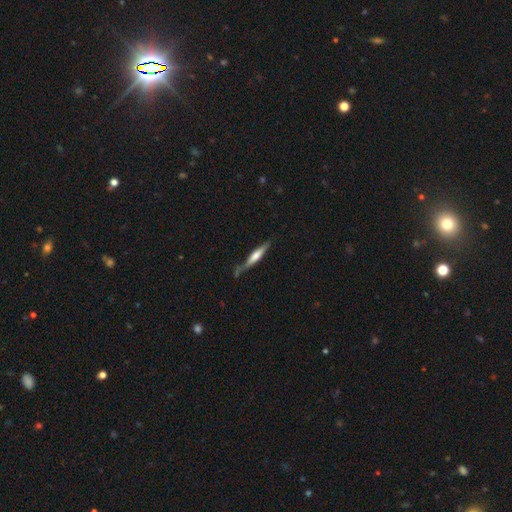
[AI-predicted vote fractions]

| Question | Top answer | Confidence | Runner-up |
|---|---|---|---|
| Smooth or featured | featured or disk | 52% | smooth (42%) |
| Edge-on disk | yes | 93% | no (7%) |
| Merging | none | 67% | minor disturbance (22%) |